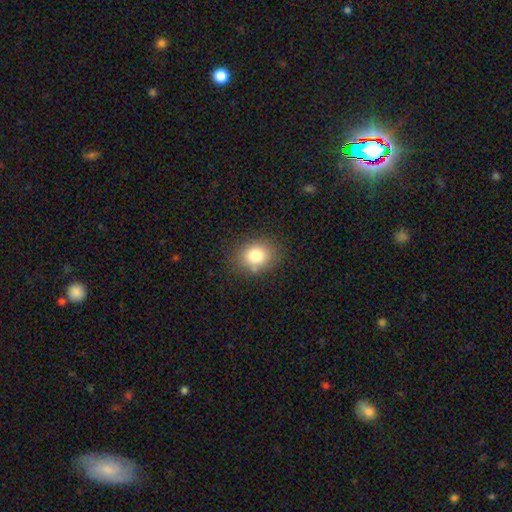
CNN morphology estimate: smooth 80%, star or artifact 11%, featured or disk 9%. Down the decision tree: how rounded — round (55%); merging — none (81%).